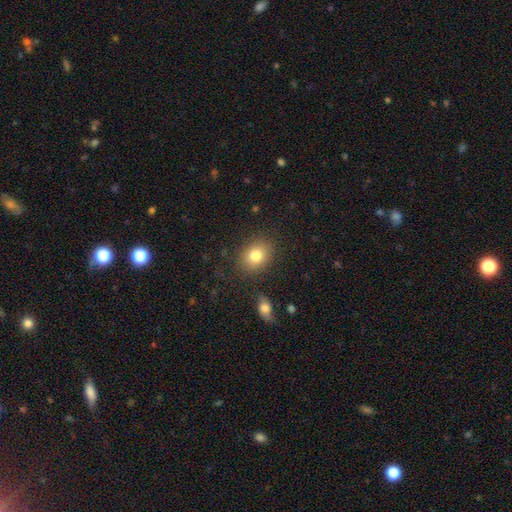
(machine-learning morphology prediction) This appears to be a smooth galaxy with no disk features (81%) that is round (50%). Merging: none (84%).